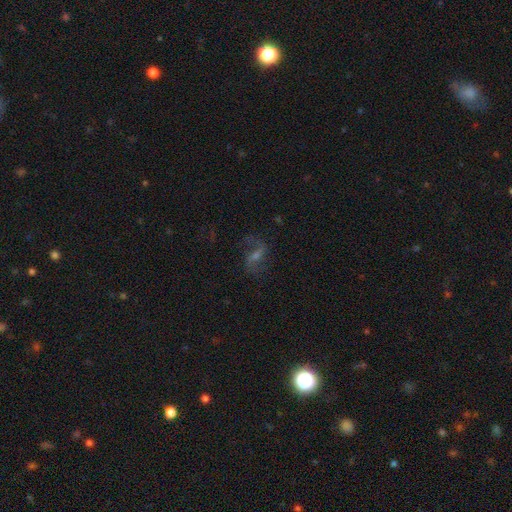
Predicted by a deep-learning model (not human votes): Smooth or featured?
  - featured or disk: 71% *
  - star or artifact: 15%
  - smooth: 14%
Edge-on disk?
  - no: 95% *
  - yes: 5%
Bar?
  - weak: 50% *
  - strong: 28%
  - no: 22%
Spiral arms?
  - yes: 92% *
  - no: 8%
Spiral winding?
  - loose: 62% *
  - medium: 31%
  - tight: 7%
Spiral arm count?
  - 2: 88% *
  - can't tell: 5%
  - 1: 4%
  - 3: 1%
  - 4: 1%
  - more than 4: 1%
Bulge size?
  - small: 40% *
  - moderate: 35%
  - none: 18%
  - large: 6%
  - dominant: 2%
Merging?
  - none: 72% *
  - minor disturbance: 14%
  - major disturbance: 11%
  - merger: 2%